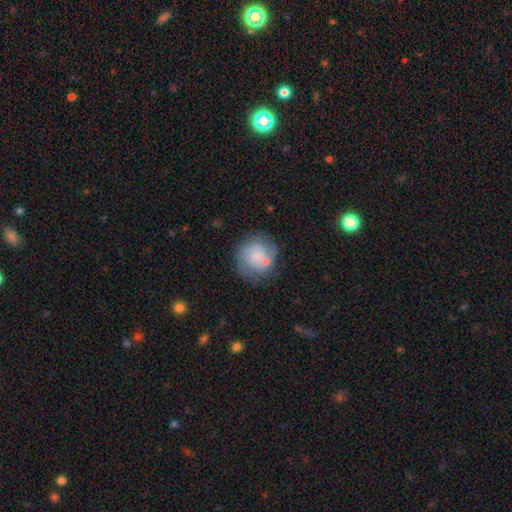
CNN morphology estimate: Smooth or featured? Predicted: smooth (p=0.57). How rounded? Predicted: round (p=0.85). Merging? Predicted: none (p=0.56).